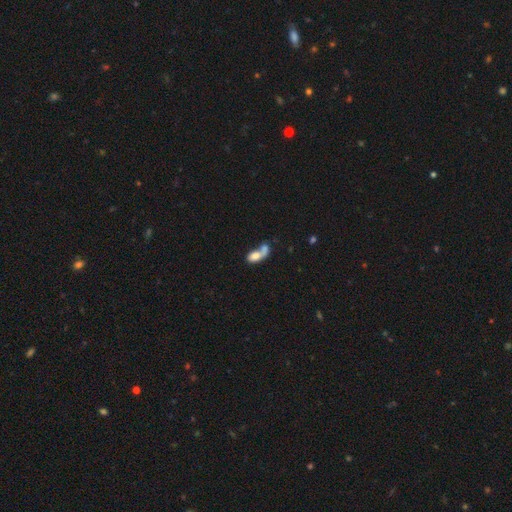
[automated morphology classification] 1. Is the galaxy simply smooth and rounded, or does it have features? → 72% smooth, 20% featured or disk, 8% star or artifact.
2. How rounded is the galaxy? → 82% in between, 12% round, 6% cigar-shaped.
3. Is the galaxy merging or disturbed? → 69% merger, 15% none, 9% major disturbance, 7% minor disturbance.